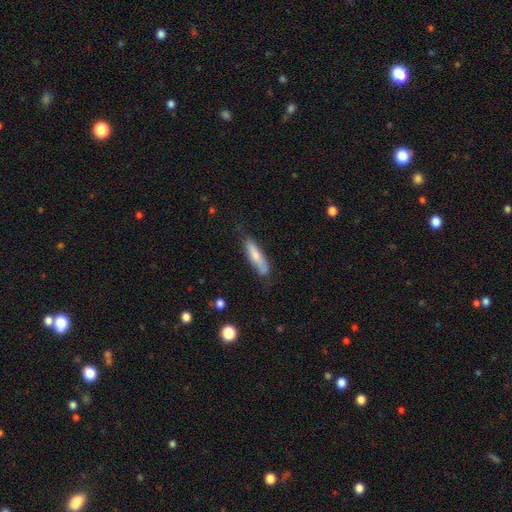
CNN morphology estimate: Smooth or featured?
  - smooth: 70% *
  - featured or disk: 24%
  - star or artifact: 6%
How rounded?
  - cigar-shaped: 69% *
  - in between: 29%
  - round: 2%
Merging?
  - none: 65% *
  - minor disturbance: 26%
  - major disturbance: 6%
  - merger: 3%